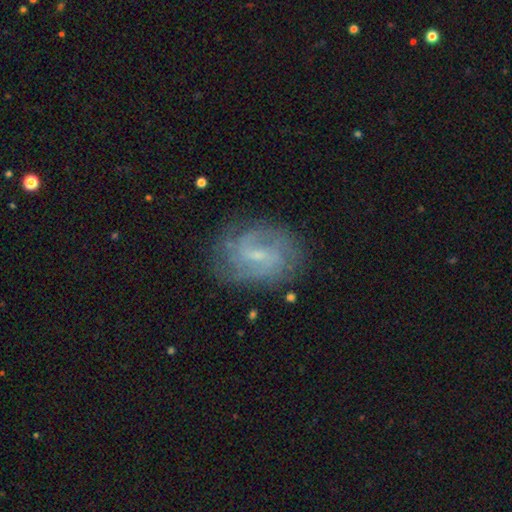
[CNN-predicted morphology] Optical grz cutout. It shows a featured or disk galaxy (80%) with a weak bar (61%), 2 (45%) medium (43%) spiral arms (93%) and a small central bulge (70%). Merging: none (77%).